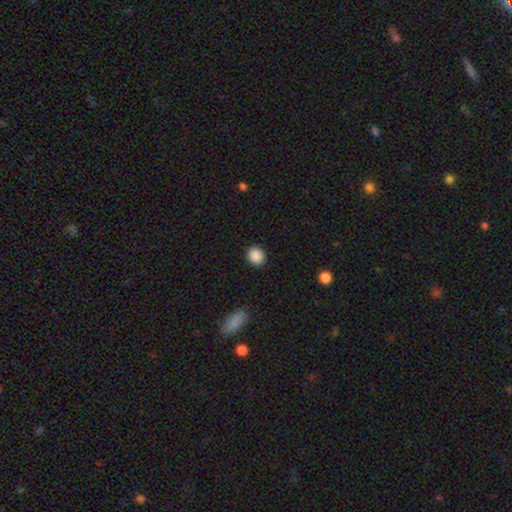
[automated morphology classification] Overall: smooth (89%). How rounded: round (70%). Merging: none (90%).